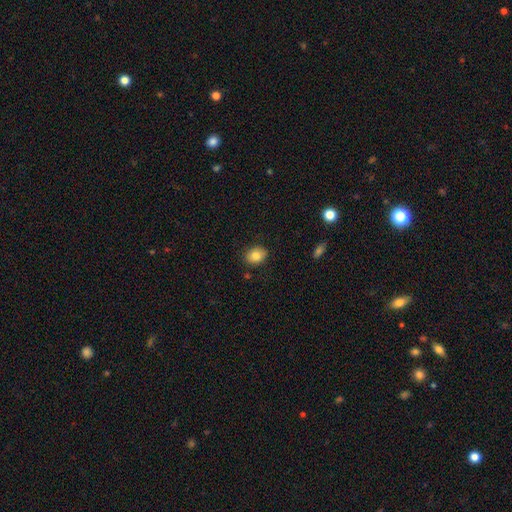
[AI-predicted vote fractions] Overall: smooth (83%). How rounded: in between (56%; round 43%). Merging: none (87%).